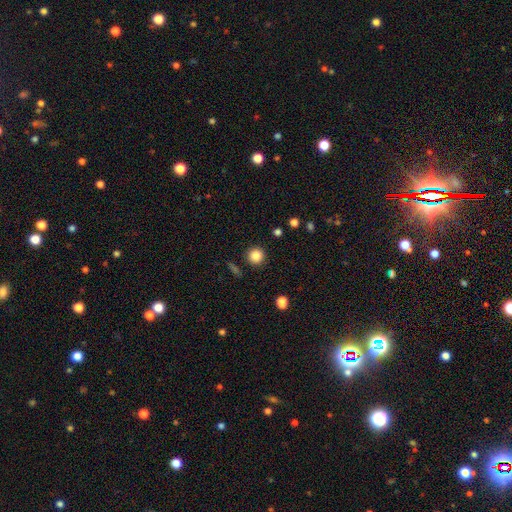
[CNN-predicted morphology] A smooth galaxy with no disk features (85%) that is round (94%). Merging: none (90%).